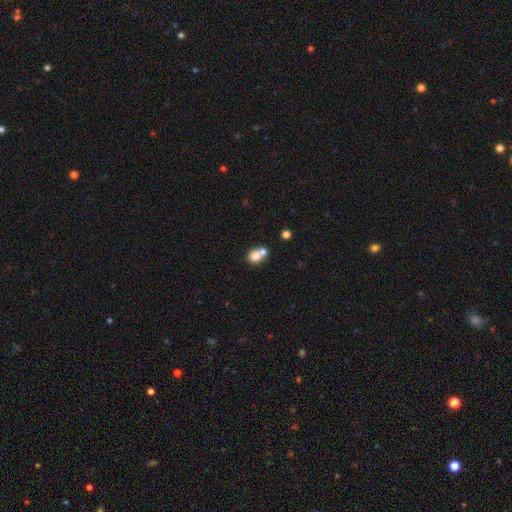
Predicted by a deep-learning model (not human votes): Smooth or featured? Predicted: smooth (p=0.76). How rounded? Predicted: round (p=0.69). Merging? Predicted: merger (p=0.56).